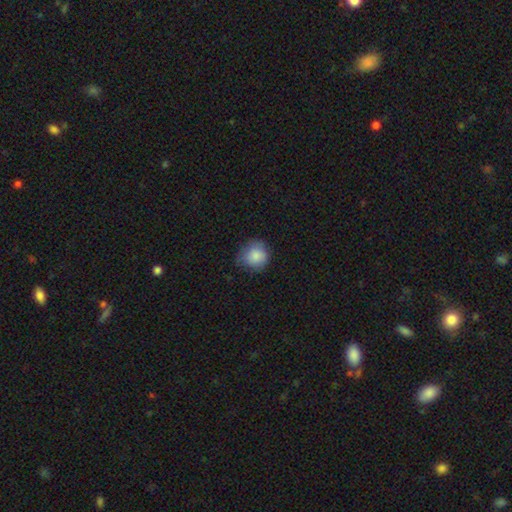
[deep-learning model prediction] Smooth or featured? smooth (85%)
How rounded? round (86%)
Merging? none (70%)